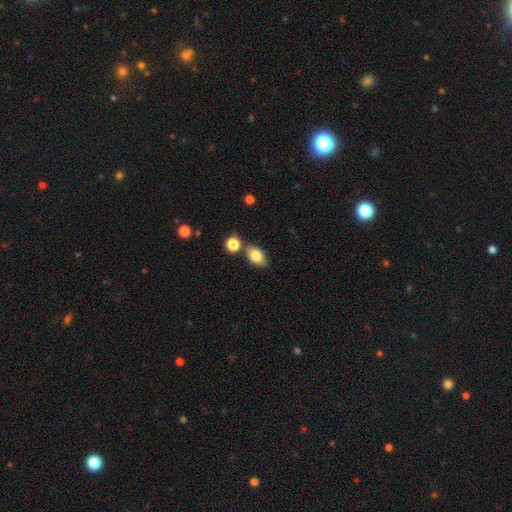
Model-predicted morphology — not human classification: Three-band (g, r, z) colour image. It shows a smooth galaxy with no disk features (82%) that is in between round and cigar-shaped (87%). Merging: none (70%).